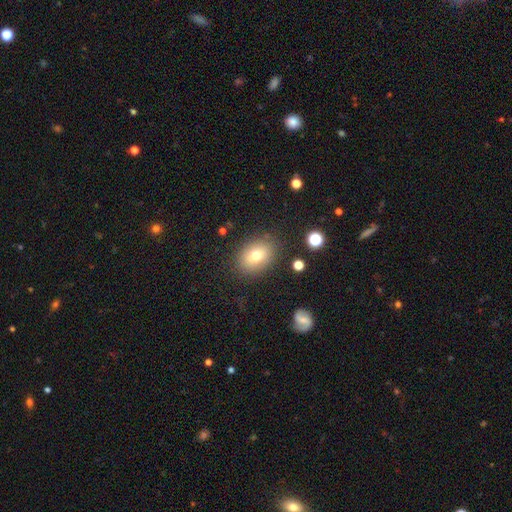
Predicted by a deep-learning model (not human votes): Smooth or featured: smooth — 73% (featured or disk — 15%)
How rounded: in between — 67% (round — 32%)
Merging: none — 83% (minor disturbance — 11%)